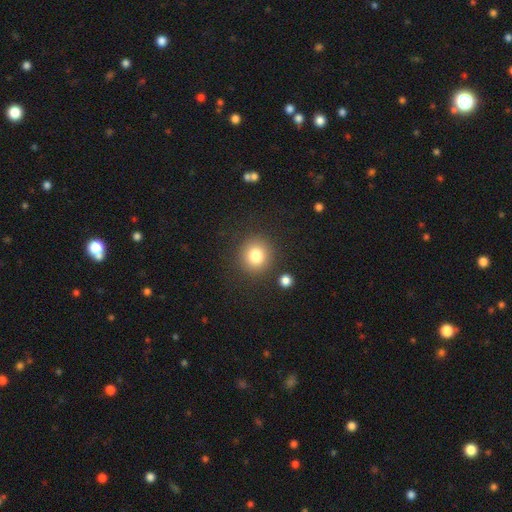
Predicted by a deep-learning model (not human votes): smooth_or_featured: smooth (p=0.80) [alt: star or artifact p=0.12]
how_rounded: round (p=0.90) [alt: in between p=0.09]
merging: none (p=0.86) [alt: minor disturbance p=0.07]